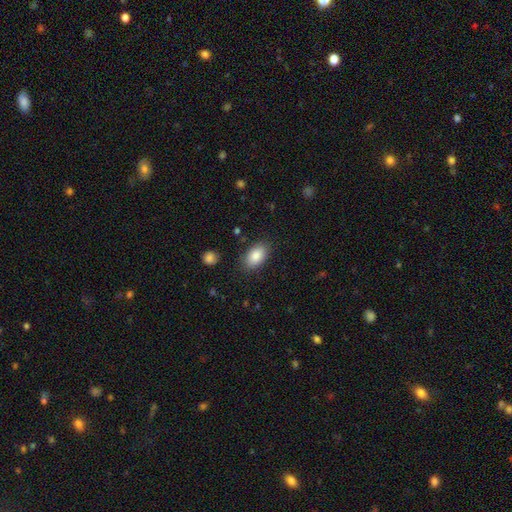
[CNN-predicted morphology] smooth 86%, star or artifact 7%, featured or disk 6%. Down the decision tree: how rounded — in between (92%); merging — none (84%).